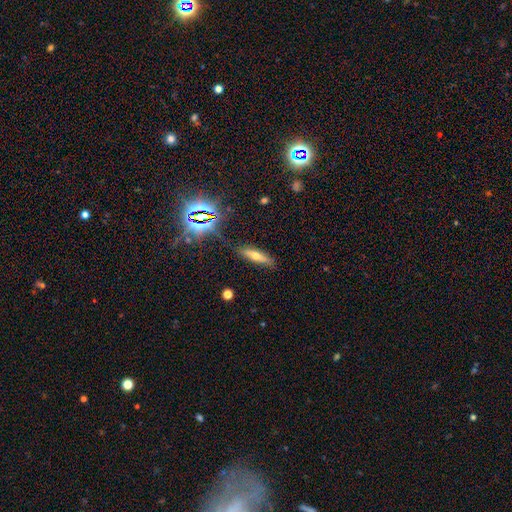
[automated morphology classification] smooth_or_featured: smooth (p=0.43) [alt: featured or disk p=0.34]
merging: none (p=0.81) [alt: minor disturbance p=0.14]